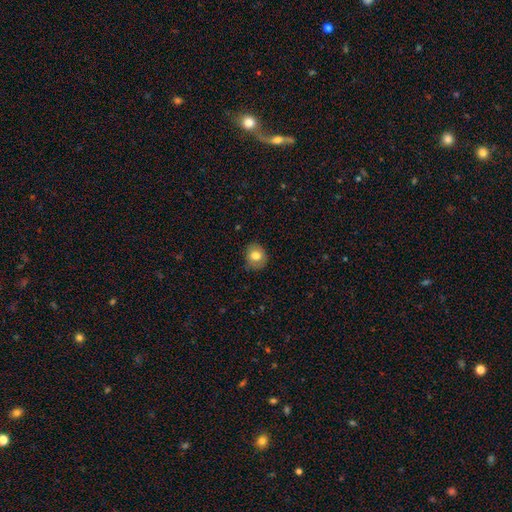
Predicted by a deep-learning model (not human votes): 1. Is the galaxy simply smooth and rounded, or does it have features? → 77% smooth, 14% featured or disk, 9% star or artifact.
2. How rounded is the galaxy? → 73% round, 26% in between, 1% cigar-shaped.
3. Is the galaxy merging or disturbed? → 81% none, 15% minor disturbance, 3% major disturbance, 1% merger.